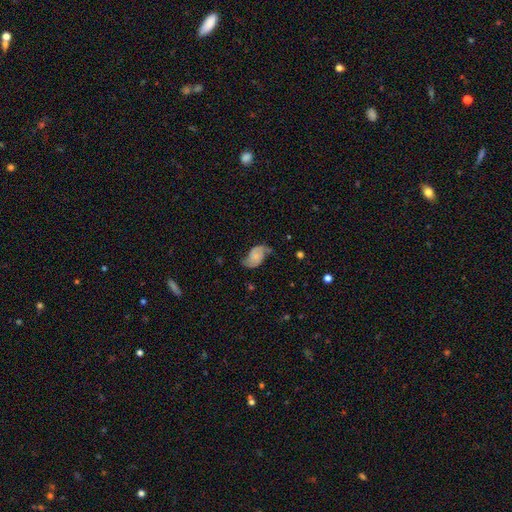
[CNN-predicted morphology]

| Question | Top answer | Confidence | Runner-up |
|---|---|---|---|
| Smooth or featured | featured or disk | 61% | smooth (31%) |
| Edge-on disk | no | 97% | yes (3%) |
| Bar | no | 67% | weak (27%) |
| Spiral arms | yes | 90% | no (10%) |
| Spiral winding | medium | 41% | loose (37%) |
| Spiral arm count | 2 | 87% | can't tell (7%) |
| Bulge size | small | 54% | moderate (23%) |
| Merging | none | 58% | minor disturbance (29%) |